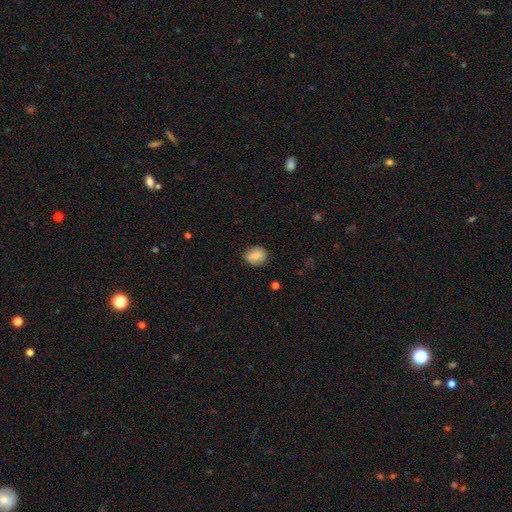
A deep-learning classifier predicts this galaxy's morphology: A smooth galaxy with no disk features (81%) that is round (52%).

Vote fractions:
- Smooth or featured? smooth: 81% / featured or disk: 11% / star or artifact: 8%
- How rounded? round: 52% / in between: 47% / cigar-shaped: 1%
- Merging? none: 81% / minor disturbance: 14% / major disturbance: 3% / merger: 1%